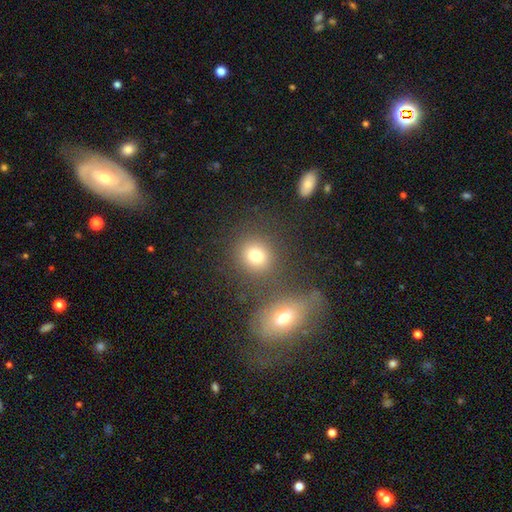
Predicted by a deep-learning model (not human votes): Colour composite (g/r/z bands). It shows a smooth galaxy with no disk features (76%) that is round (81%). Merging: none (74%).